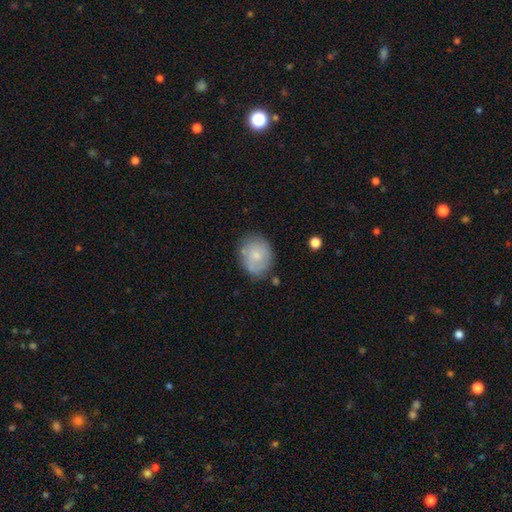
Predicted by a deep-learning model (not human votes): Q: Smooth or featured?
A: smooth (63%); runner-up: featured or disk (30%)
Q: How rounded?
A: round (56%); runner-up: in between (43%)
Q: Merging?
A: none (68%); runner-up: minor disturbance (22%)